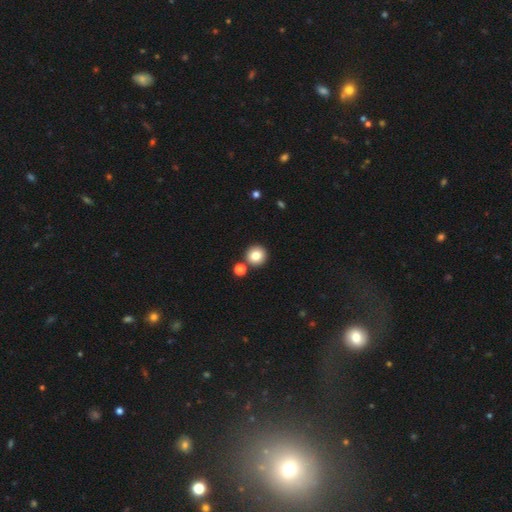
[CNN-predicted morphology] smooth-or-featured: smooth: 82% | star or artifact: 10% | featured or disk: 8%
  how-rounded: round: 93% | in between: 6% | cigar-shaped: 1%
  merging: none: 81% | merger: 11% | minor disturbance: 7% | major disturbance: 2%